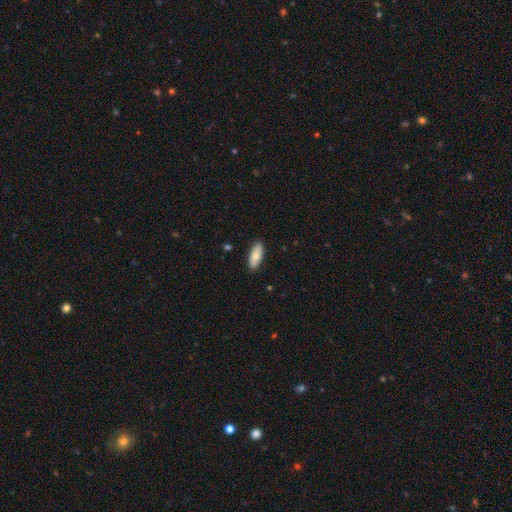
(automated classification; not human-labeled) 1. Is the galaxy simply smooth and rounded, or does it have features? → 72% smooth, 22% featured or disk, 6% star or artifact.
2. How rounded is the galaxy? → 81% in between, 17% cigar-shaped, 2% round.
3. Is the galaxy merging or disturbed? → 88% none, 9% minor disturbance, 2% major disturbance, 1% merger.